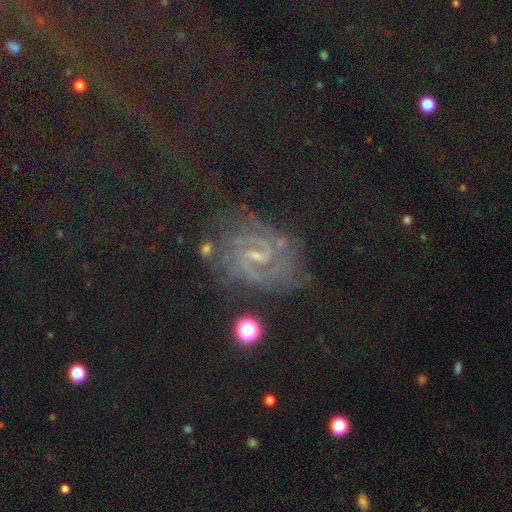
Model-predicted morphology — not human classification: smooth_or_featured: featured or disk (p=0.46) [alt: star or artifact p=0.37]
merging: none (p=0.75) [alt: minor disturbance p=0.15]